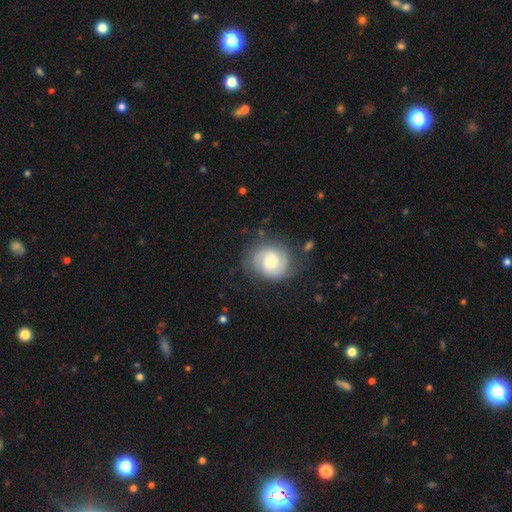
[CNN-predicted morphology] Smooth or featured? Predicted: featured or disk (p=0.50). Edge-on disk? Predicted: no (p=0.97). Merging? Predicted: none (p=0.74).